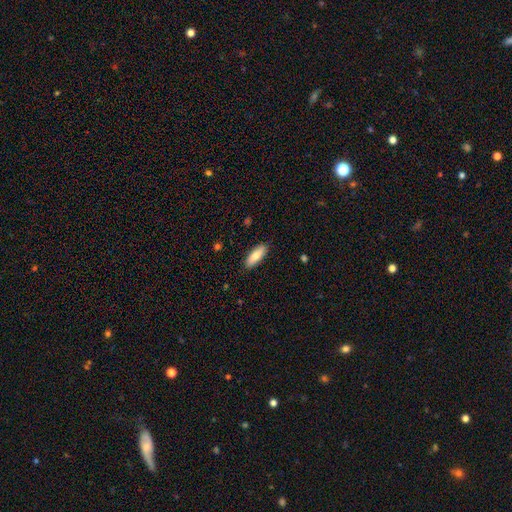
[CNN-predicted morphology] smooth_or_featured: smooth (p=0.81) [alt: featured or disk p=0.13]
how_rounded: in between (p=0.69) [alt: cigar-shaped p=0.29]
merging: none (p=0.88) [alt: minor disturbance p=0.09]